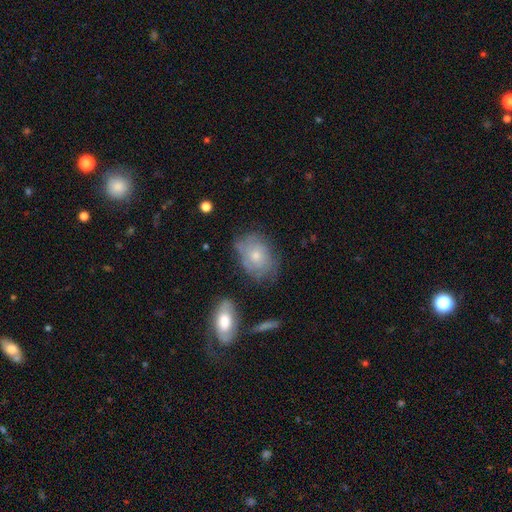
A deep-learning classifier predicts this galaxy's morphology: Smooth or featured?
  - featured or disk: 47% *
  - smooth: 45%
  - star or artifact: 8%
Merging?
  - none: 62% *
  - minor disturbance: 26%
  - major disturbance: 9%
  - merger: 3%